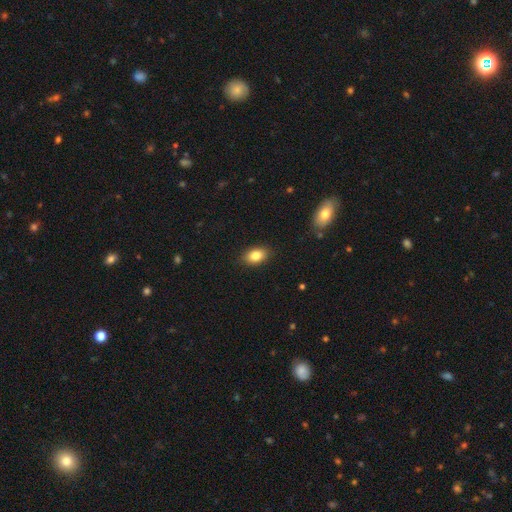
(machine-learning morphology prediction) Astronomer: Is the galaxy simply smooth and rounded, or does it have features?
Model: smooth — 84%.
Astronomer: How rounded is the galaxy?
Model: in between — 87%.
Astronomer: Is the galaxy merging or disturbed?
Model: none — 88%.